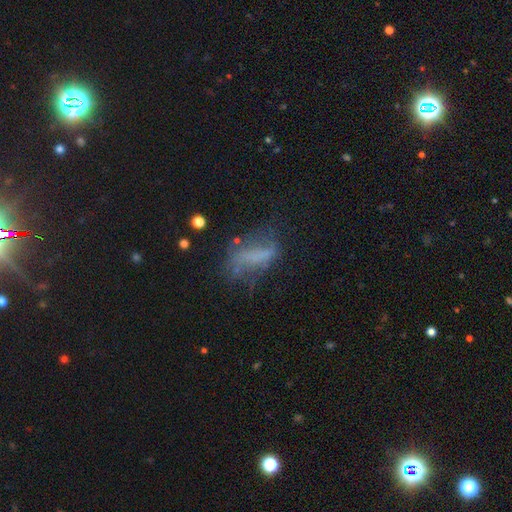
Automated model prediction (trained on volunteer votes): This is marginally a smooth galaxy (44%). Merging: marginally none (42%).